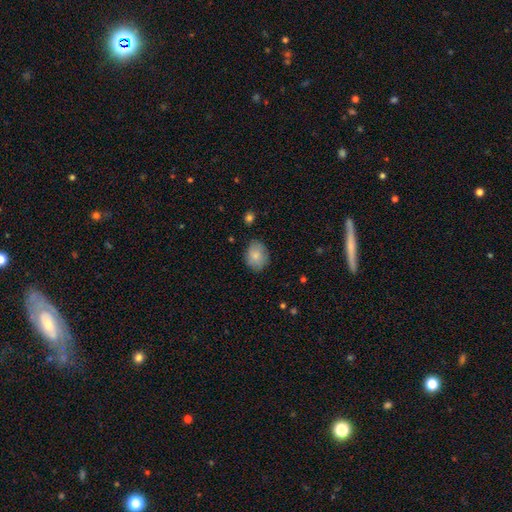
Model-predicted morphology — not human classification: smooth 81%, featured or disk 12%, star or artifact 7%. Down the decision tree: how rounded — in between (59%); merging — none (77%).